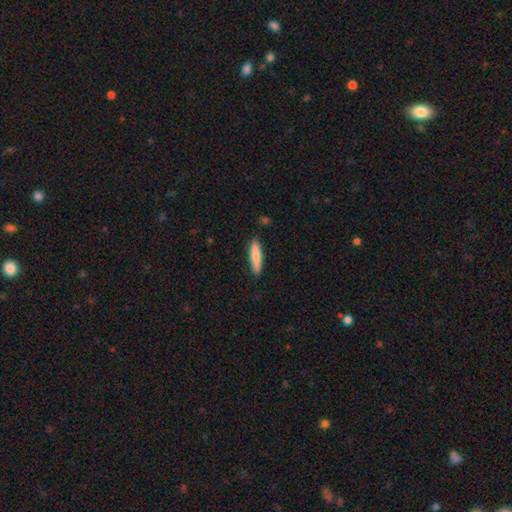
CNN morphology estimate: smooth 79%, featured or disk 16%, star or artifact 5%. Down the decision tree: how rounded — cigar-shaped (83%); merging — none (87%).